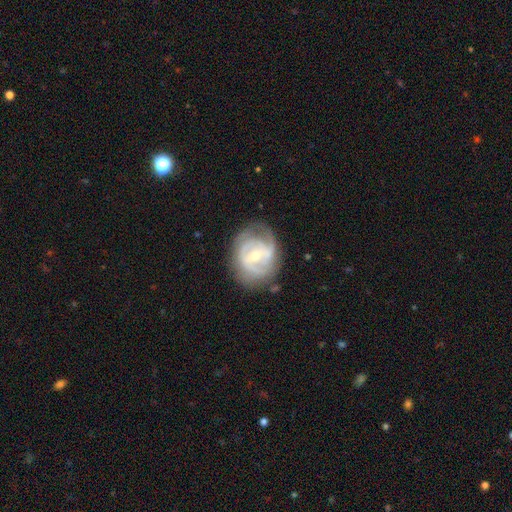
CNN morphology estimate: Smooth or featured: featured or disk — 80% (smooth — 15%)
Edge-on disk: no — 98% (yes — 2%)
Bar: weak — 48% (no — 34%)
Spiral arms: yes — 89% (no — 11%)
Spiral winding: tight — 47% (medium — 40%)
Spiral arm count: 2 — 39% (can't tell — 27%)
Bulge size: small — 56% (moderate — 40%)
Merging: none — 64% (minor disturbance — 22%)